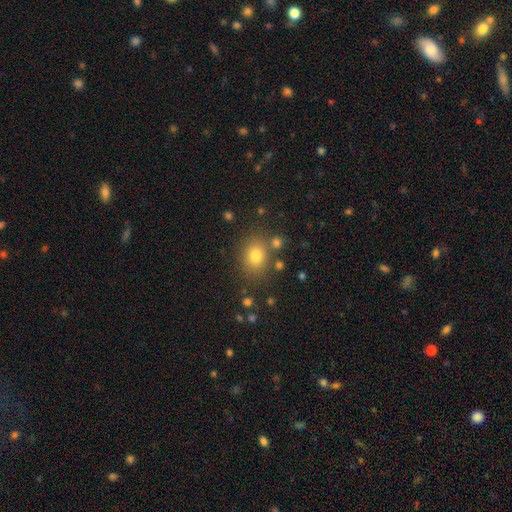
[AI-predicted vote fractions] Q: Smooth or featured?
A: smooth (75%); runner-up: star or artifact (16%)
Q: How rounded?
A: round (57%); runner-up: in between (42%)
Q: Merging?
A: none (79%); runner-up: minor disturbance (10%)